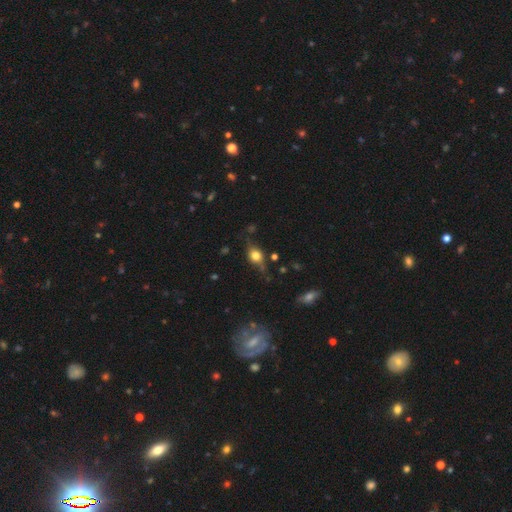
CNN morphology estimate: type=smooth (68%); roundness=in between (50%); merging=none (65%).